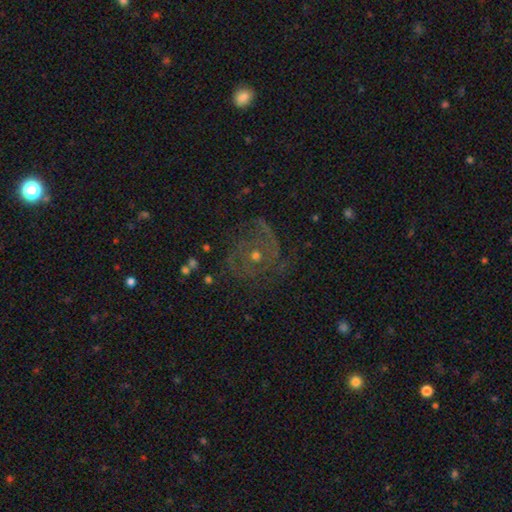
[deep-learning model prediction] A featured or disk galaxy (70%) with no bar (83%), tight (52%) spiral arms (78%) and a moderate central bulge (53%).

Vote fractions:
- Smooth or featured? featured or disk: 70% / smooth: 15% / star or artifact: 15%
- Edge-on disk? no: 97% / yes: 3%
- Bar? no: 83% / weak: 14% / strong: 3%
- Spiral arms? yes: 78% / no: 22%
- Spiral winding? tight: 52% / medium: 34% / loose: 14%
- Spiral arm count? can't tell: 36% / 2: 26% / 3: 16% / 1: 9% / 4: 7% / more than 4: 6%
- Bulge size? moderate: 53% / small: 41% / large: 2% / none: 2% / dominant: 1%
- Merging? none: 66% / minor disturbance: 17% / major disturbance: 15% / merger: 2%